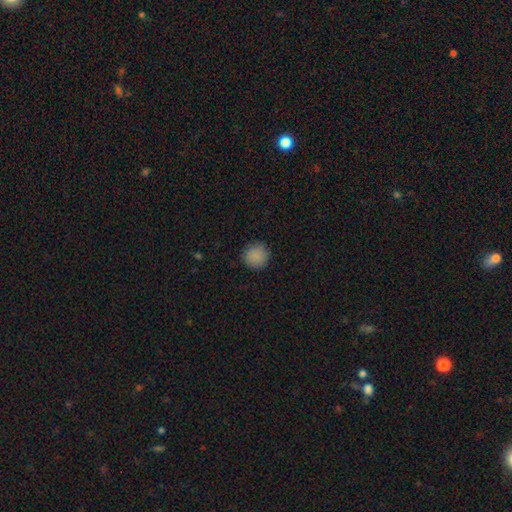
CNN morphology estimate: This is clearly a smooth galaxy (88%). How rounded: clearly round (94%). Merging: clearly none (90%).